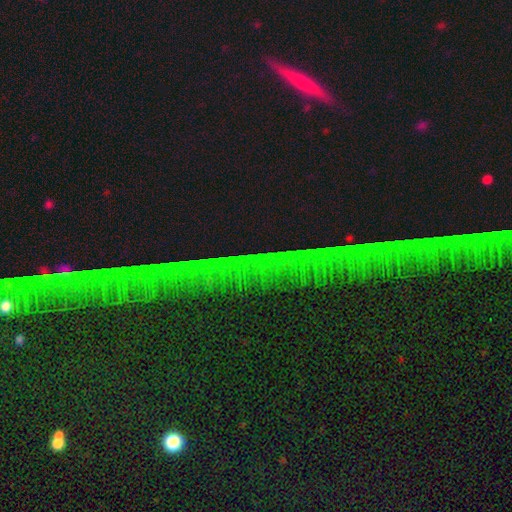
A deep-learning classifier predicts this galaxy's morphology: This is likely a star or artifact rather than a galaxy (80%).